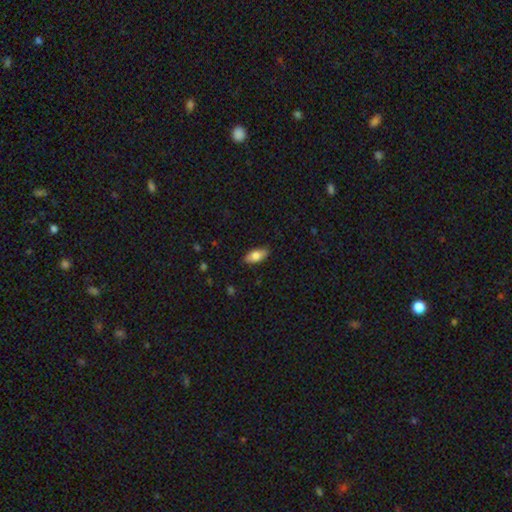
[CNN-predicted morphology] The model was most divided on "smooth or featured": smooth: 77%, featured or disk: 17%, star or artifact: 6%. More confident: how rounded — in between (88%); merging — none (86%).